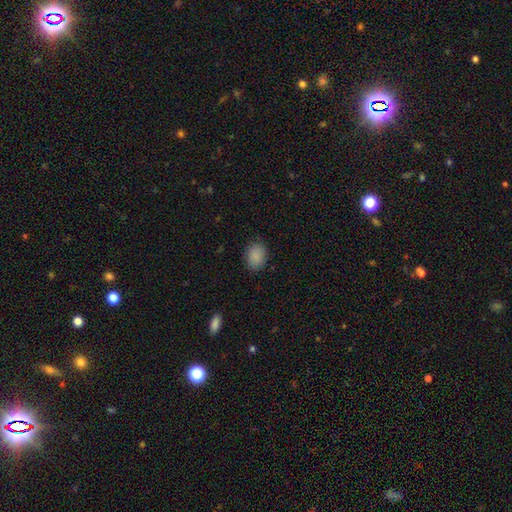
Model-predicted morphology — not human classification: smooth-or-featured: smooth: 88% | star or artifact: 8% | featured or disk: 3%
  how-rounded: in between: 66% | round: 33% | cigar-shaped: 1%
  merging: none: 85% | minor disturbance: 11% | major disturbance: 3% | merger: 1%